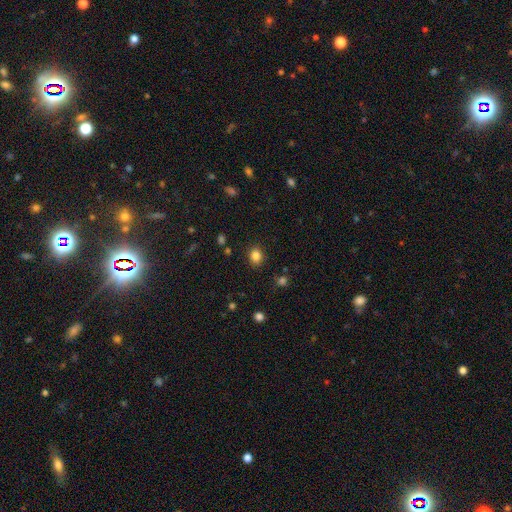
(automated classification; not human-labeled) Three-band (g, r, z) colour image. It shows a smooth galaxy with no disk features (84%) that is round (66%). Merging: none (88%).